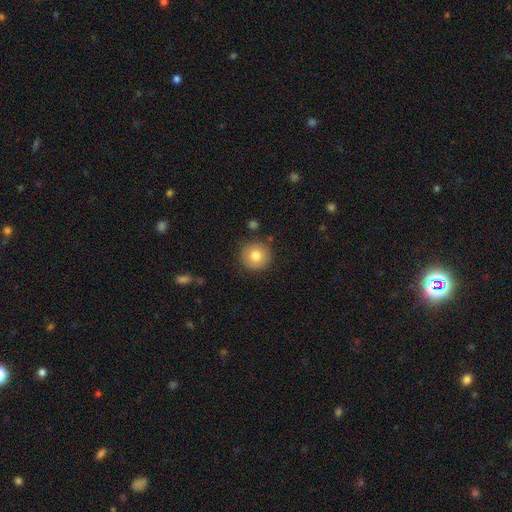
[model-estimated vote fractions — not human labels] smooth_or_featured: smooth (p=0.79) [alt: featured or disk p=0.11]
how_rounded: round (p=0.94) [alt: in between p=0.05]
merging: none (p=0.86) [alt: minor disturbance p=0.09]